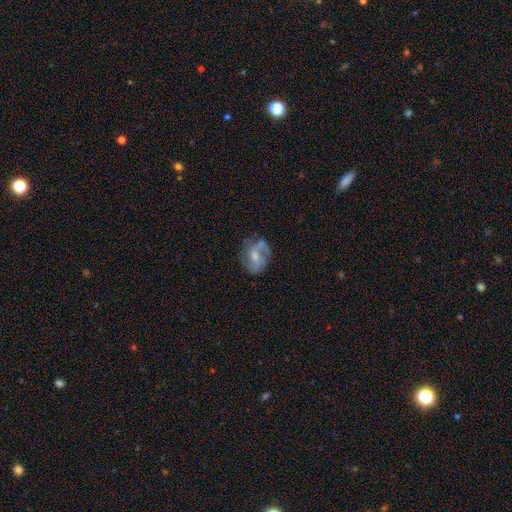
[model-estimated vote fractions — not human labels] A featured or disk galaxy (63%) with no bar (47%), spiral arms (76%) and a small central bulge (44%, tied with moderate). Merging: none (53%).